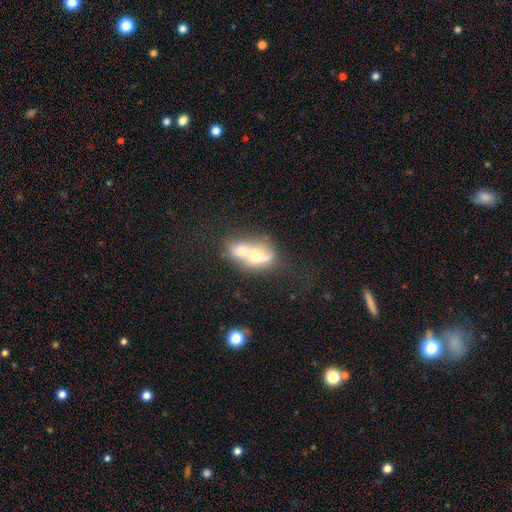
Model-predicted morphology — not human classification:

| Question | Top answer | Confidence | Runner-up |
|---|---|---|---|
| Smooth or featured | smooth | 51% | featured or disk (40%) |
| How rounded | in between | 62% | round (33%) |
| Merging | merger | 76% | none (13%) |